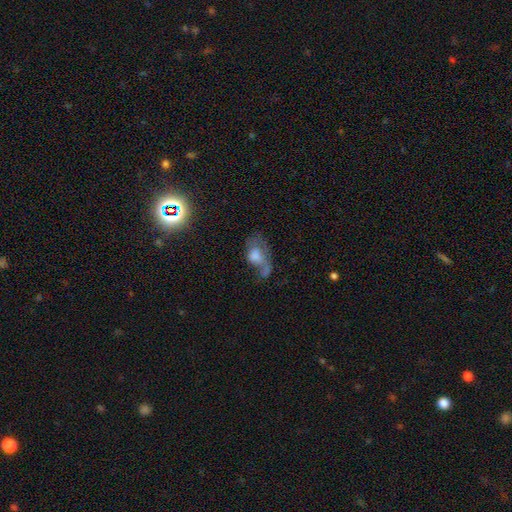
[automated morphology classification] smooth-or-featured: featured or disk: 43% | smooth: 38% | star or artifact: 19%
  merging: major disturbance: 46% | none: 25% | minor disturbance: 18% | merger: 11%